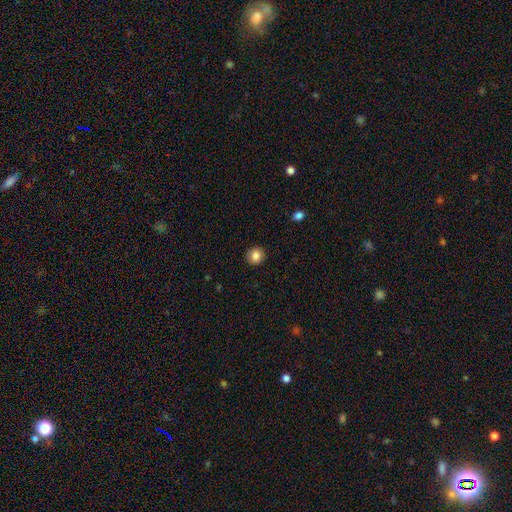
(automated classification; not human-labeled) This is clearly a smooth galaxy (85%). How rounded: clearly round (89%). Merging: clearly none (91%).